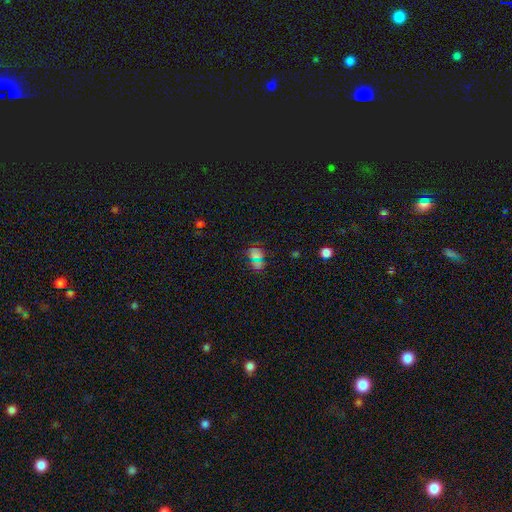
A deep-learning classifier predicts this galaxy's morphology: The model was most divided on "smooth or featured": smooth: 53%, star or artifact: 37%, featured or disk: 10%. More confident: merging — none (76%); how rounded — round (63%).